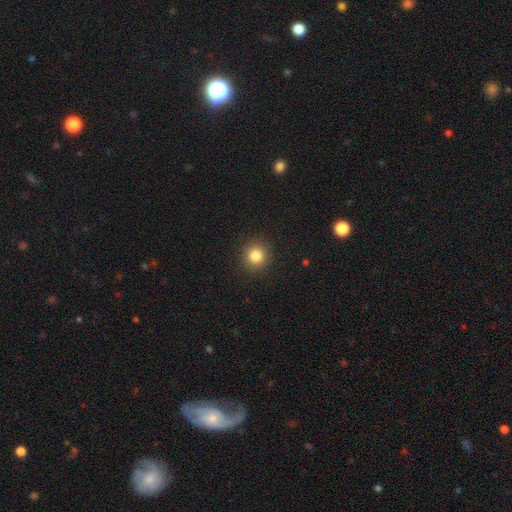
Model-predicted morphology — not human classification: Q: Smooth or featured?
A: smooth (83%); runner-up: star or artifact (11%)
Q: How rounded?
A: round (90%); runner-up: in between (9%)
Q: Merging?
A: none (91%); runner-up: minor disturbance (6%)